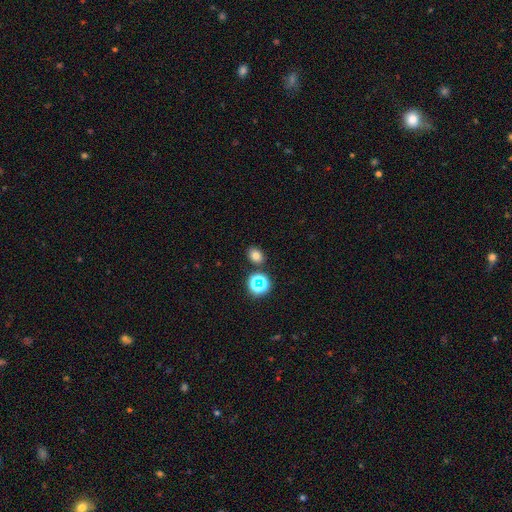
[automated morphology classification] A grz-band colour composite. It shows a smooth galaxy with no disk features (72%) that is in between round and cigar-shaped (56%). Merging: none (83%).